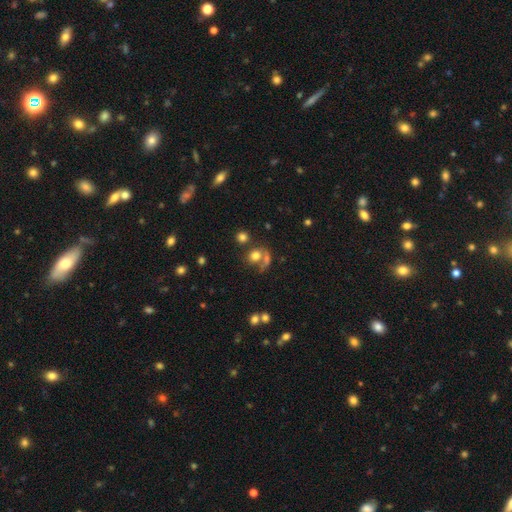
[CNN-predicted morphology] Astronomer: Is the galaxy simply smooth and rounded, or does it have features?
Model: smooth — 69%.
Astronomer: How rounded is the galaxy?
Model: round — 76%.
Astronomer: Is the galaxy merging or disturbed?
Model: none — 45% (runner-up: merger, 32%).